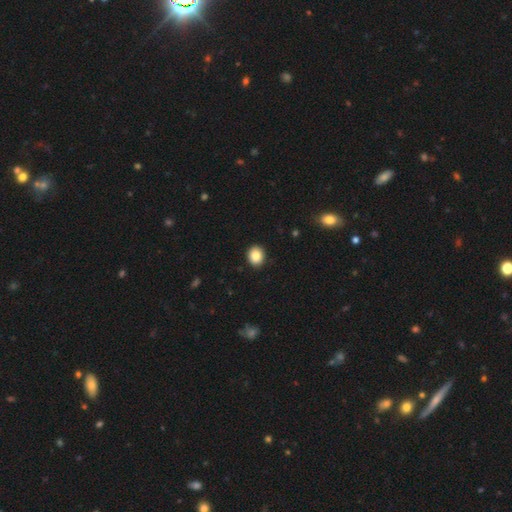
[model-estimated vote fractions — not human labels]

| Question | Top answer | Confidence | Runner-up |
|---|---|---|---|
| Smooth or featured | smooth | 87% | star or artifact (9%) |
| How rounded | round | 63% | in between (37%) |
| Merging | none | 91% | minor disturbance (7%) |